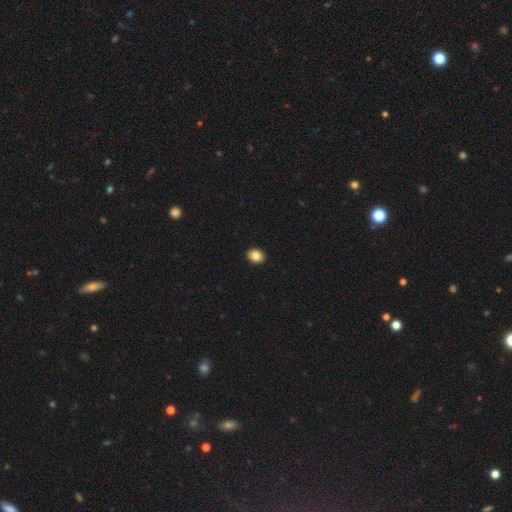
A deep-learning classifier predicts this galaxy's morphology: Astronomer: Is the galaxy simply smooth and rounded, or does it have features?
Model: smooth — 85%.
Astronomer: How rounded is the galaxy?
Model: round — 52% (runner-up: in between, 47%).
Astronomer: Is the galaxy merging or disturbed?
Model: none — 93%.